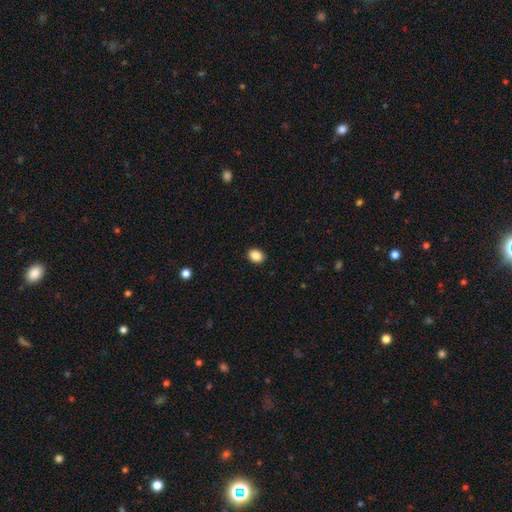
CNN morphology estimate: The model was most divided on "how rounded": in between: 65%, round: 34%, cigar-shaped: 1%. More confident: merging — none (90%); smooth or featured — smooth (88%).